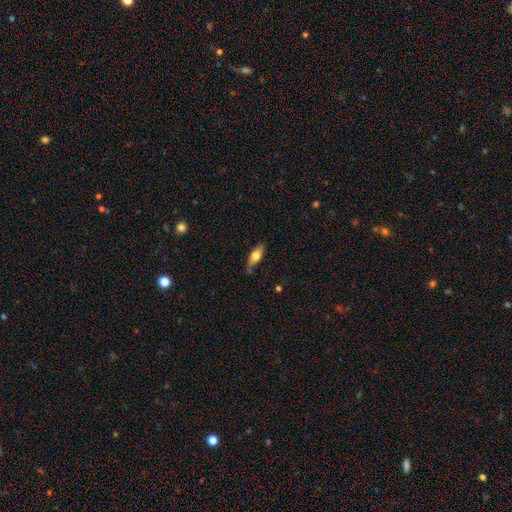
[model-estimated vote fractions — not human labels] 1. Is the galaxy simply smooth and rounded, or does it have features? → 68% smooth, 25% featured or disk, 6% star or artifact.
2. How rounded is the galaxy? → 74% in between, 24% cigar-shaped, 3% round.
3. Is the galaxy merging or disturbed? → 73% none, 20% minor disturbance, 4% major disturbance, 4% merger.